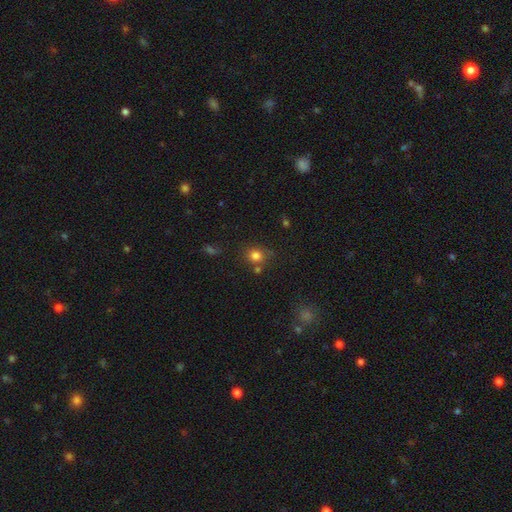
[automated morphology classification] Overall: smooth (80%). How rounded: round (81%). Merging: none (70%).